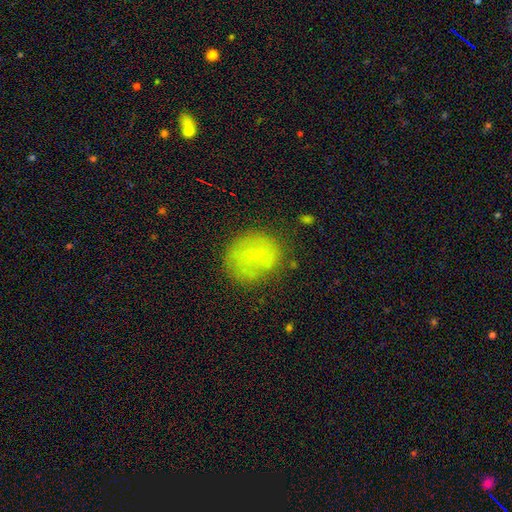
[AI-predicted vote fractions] smooth-or-featured: smooth: 54% | featured or disk: 33% | star or artifact: 13%
  how-rounded: round: 72% | in between: 26% | cigar-shaped: 1%
  merging: none: 65% | minor disturbance: 20% | major disturbance: 10% | merger: 5%